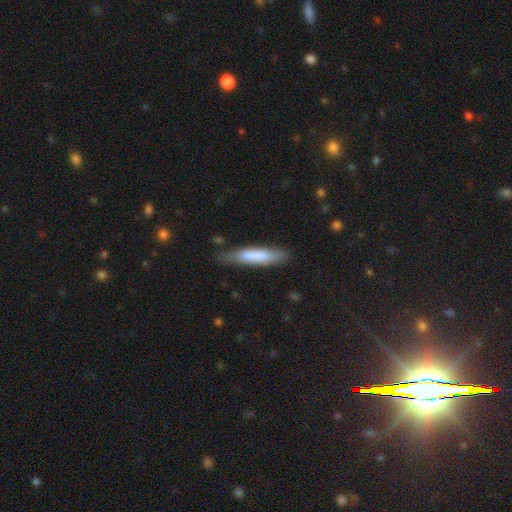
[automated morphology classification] This is likely a smooth galaxy (73%). How rounded: clearly cigar-shaped (84%). Merging: likely none (75%).